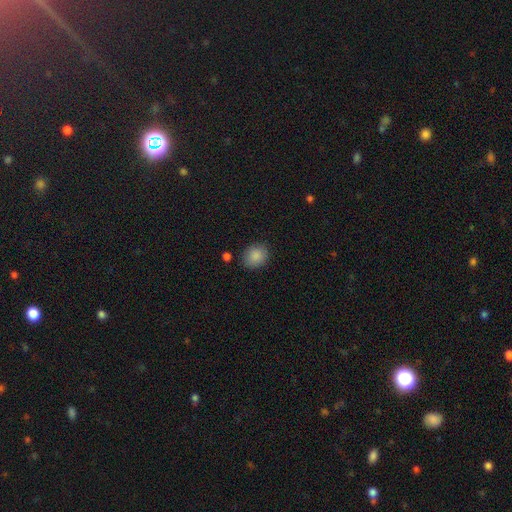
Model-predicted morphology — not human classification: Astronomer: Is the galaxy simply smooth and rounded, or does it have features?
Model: smooth — 87%.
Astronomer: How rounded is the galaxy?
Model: round — 67%.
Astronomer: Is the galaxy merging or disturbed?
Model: none — 85%.